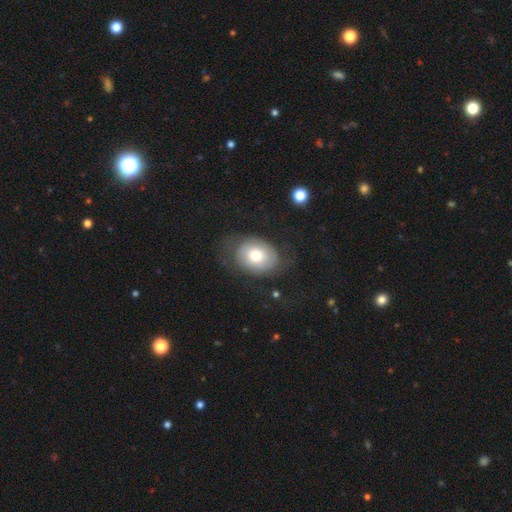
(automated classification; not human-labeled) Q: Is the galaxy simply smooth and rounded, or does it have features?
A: smooth — 58%.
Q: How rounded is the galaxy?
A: in between — 63%.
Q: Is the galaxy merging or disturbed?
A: none — 64%.